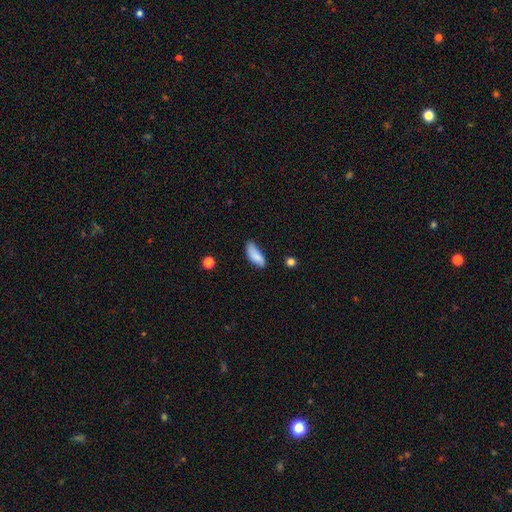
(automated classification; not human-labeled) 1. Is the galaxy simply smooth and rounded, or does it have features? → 84% smooth, 9% featured or disk, 7% star or artifact.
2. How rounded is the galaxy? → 79% in between, 19% cigar-shaped, 2% round.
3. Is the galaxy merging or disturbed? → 63% none, 29% minor disturbance, 5% major disturbance, 3% merger.